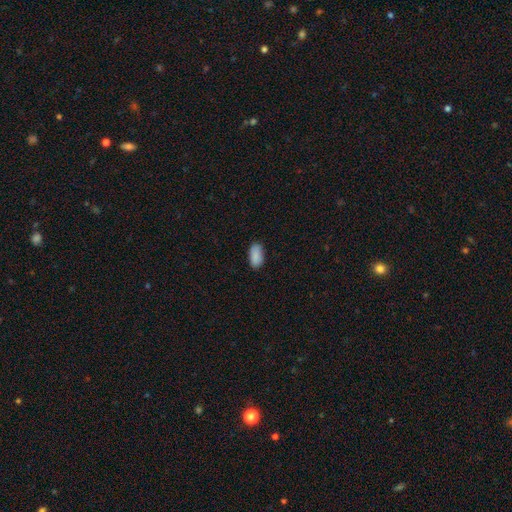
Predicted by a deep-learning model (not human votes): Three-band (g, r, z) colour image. It shows a smooth galaxy with no disk features (89%) that is in between round and cigar-shaped (93%). Merging: none (85%).